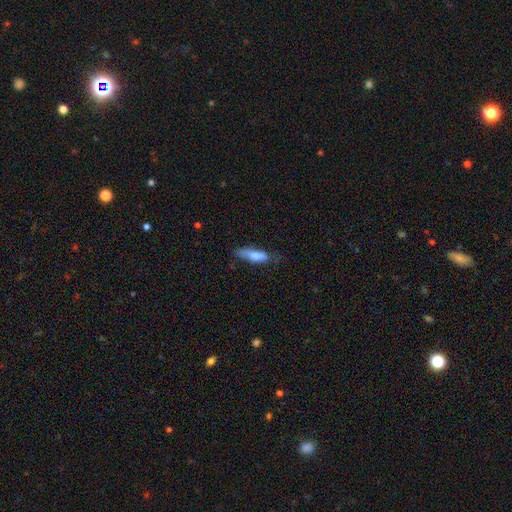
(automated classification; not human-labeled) Q: Smooth or featured?
A: smooth (77%); runner-up: featured or disk (17%)
Q: How rounded?
A: cigar-shaped (55%); runner-up: in between (43%)
Q: Merging?
A: none (54%); runner-up: minor disturbance (32%)